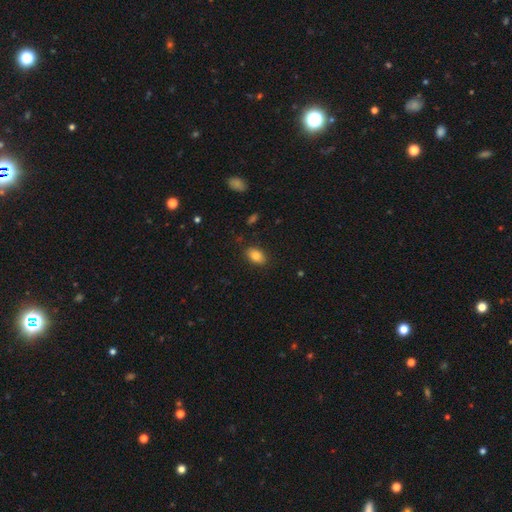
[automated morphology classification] The model was most divided on "merging": none: 86%, minor disturbance: 10%, major disturbance: 3%, merger: 1%. More confident: how rounded — in between (89%); smooth or featured — smooth (85%).